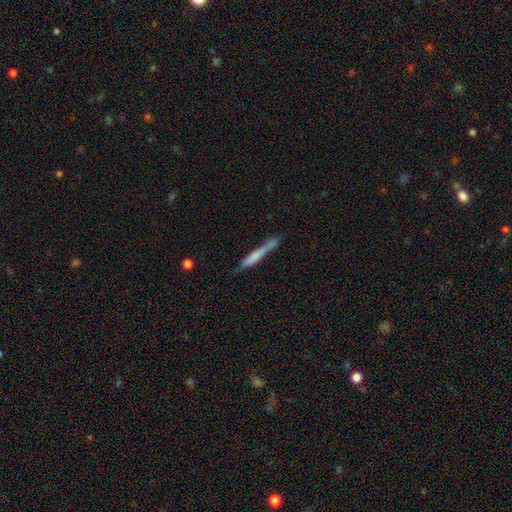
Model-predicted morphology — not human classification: The model was most divided on "smooth or featured": smooth: 53%, featured or disk: 41%, star or artifact: 6%. More confident: how rounded — cigar-shaped (95%); merging — none (68%).